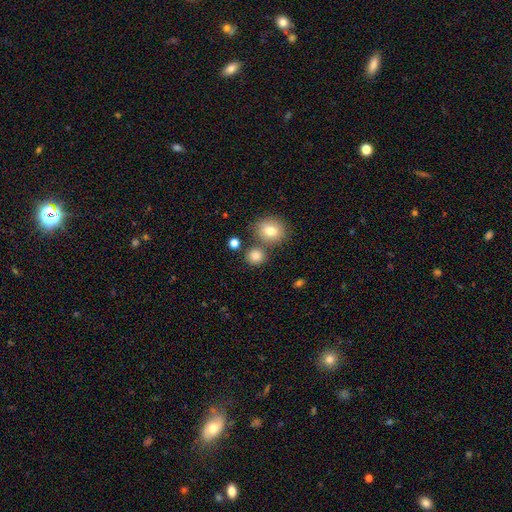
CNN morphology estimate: Smooth or featured: smooth — 81% (star or artifact — 12%)
How rounded: round — 84% (in between — 15%)
Merging: none — 69% (merger — 19%)